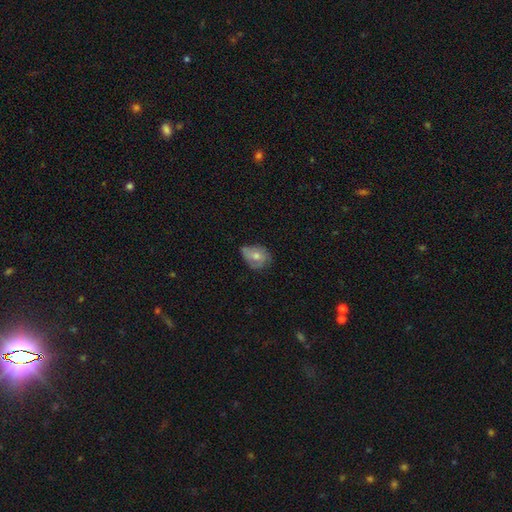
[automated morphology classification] type=smooth (63%); roundness=in between (59%); merging=none (44%).